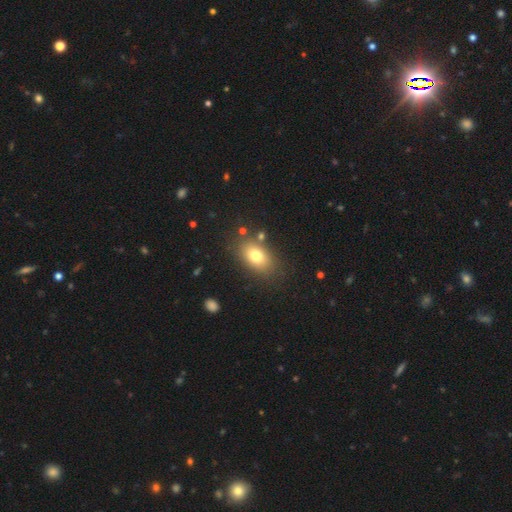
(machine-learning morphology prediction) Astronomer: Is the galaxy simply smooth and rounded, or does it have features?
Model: smooth — 76%.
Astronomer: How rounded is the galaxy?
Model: in between — 83%.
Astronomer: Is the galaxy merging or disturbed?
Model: none — 79%.